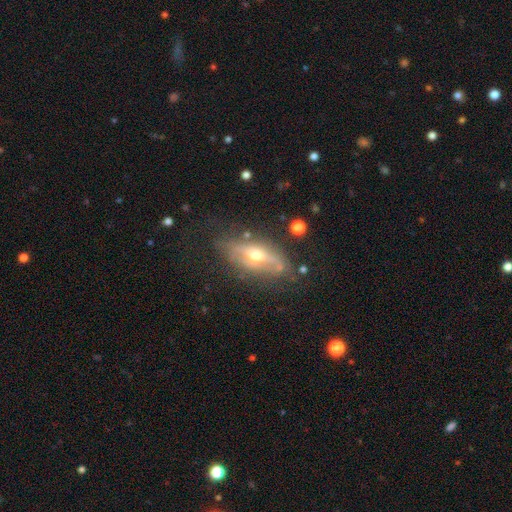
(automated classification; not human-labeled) Q: Smooth or featured?
A: featured or disk (67%); runner-up: smooth (25%)
Q: Edge-on disk?
A: yes (55%); runner-up: no (45%)
Q: Merging?
A: none (65%); runner-up: minor disturbance (22%)